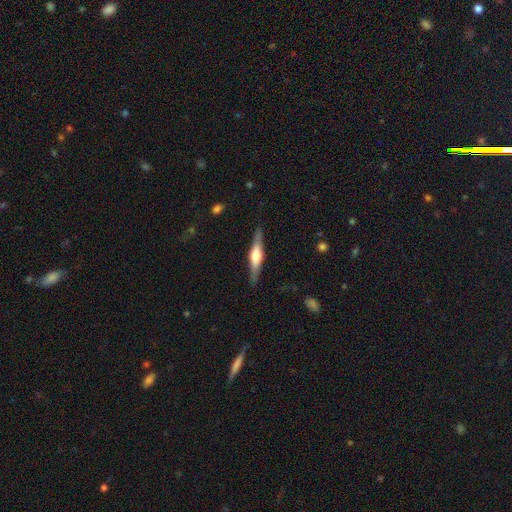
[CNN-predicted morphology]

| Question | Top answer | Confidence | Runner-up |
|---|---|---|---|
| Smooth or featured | featured or disk | 67% | smooth (28%) |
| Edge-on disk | yes | 97% | no (3%) |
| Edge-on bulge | rounded | 79% | boxy (17%) |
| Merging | none | 87% | minor disturbance (10%) |